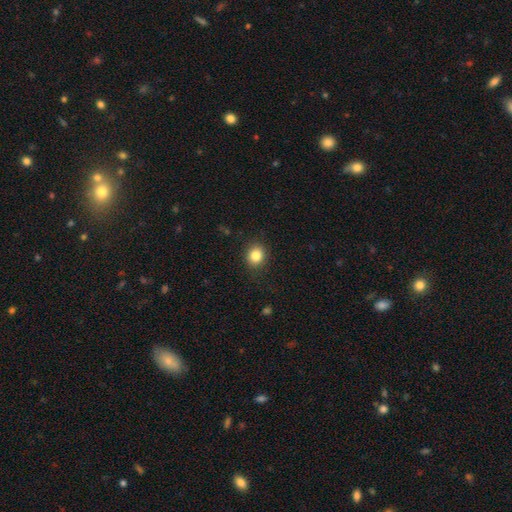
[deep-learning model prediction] Smooth or featured? smooth (84%)
How rounded? round (71%)
Merging? none (88%)